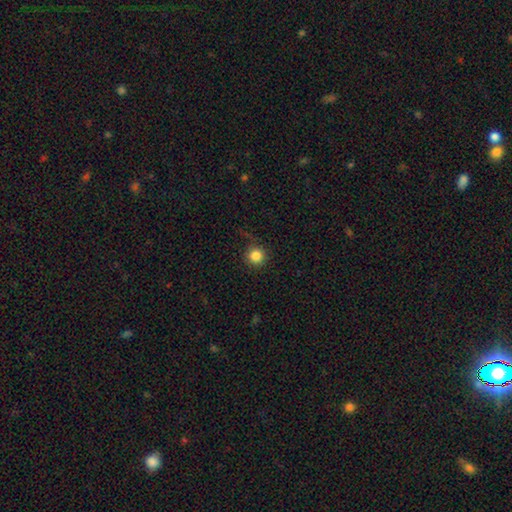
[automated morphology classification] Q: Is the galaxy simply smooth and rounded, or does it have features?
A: smooth — 85%.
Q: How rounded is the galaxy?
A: round — 95%.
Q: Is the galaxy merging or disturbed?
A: none — 82%.